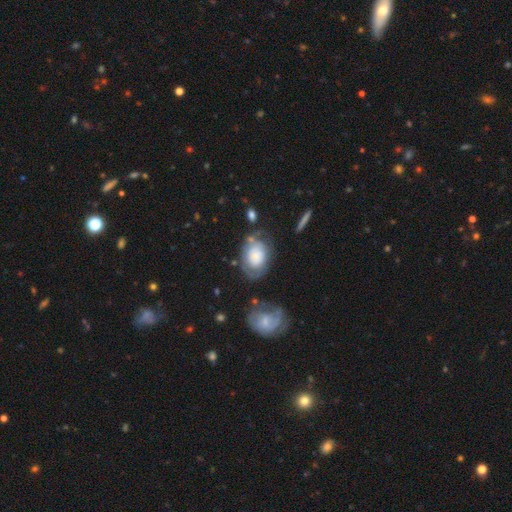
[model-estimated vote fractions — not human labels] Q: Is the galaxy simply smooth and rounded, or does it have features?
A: smooth — 50%.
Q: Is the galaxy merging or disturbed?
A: none — 53%.